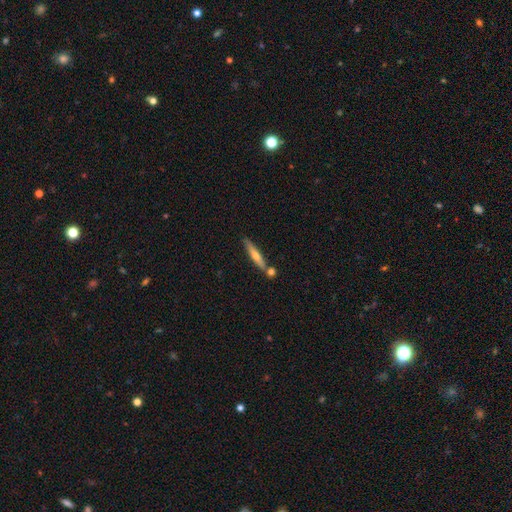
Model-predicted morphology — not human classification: Q: Smooth or featured?
A: featured or disk (54%); runner-up: smooth (39%)
Q: Edge-on disk?
A: yes (94%); runner-up: no (6%)
Q: Edge-on bulge?
A: rounded (82%); runner-up: none (14%)
Q: Merging?
A: none (76%); runner-up: merger (12%)